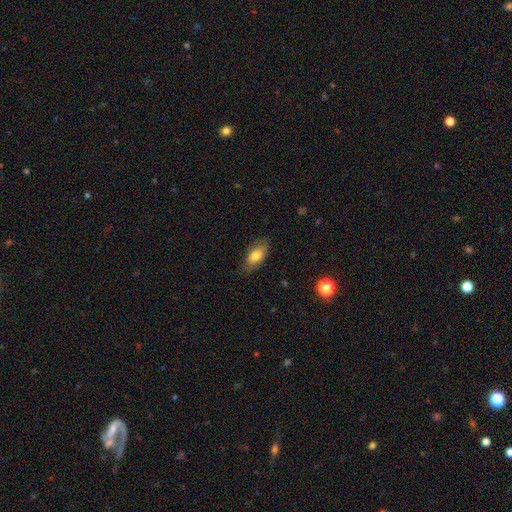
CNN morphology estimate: A smooth galaxy with no disk features (74%) that is in between round and cigar-shaped (87%). Merging: none (81%).